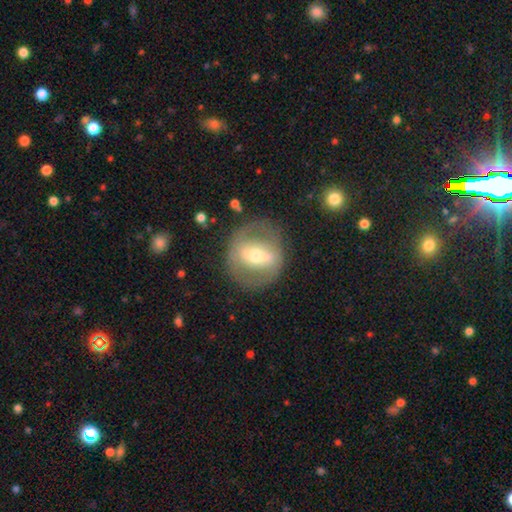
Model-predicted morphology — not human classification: This is likely a featured or disk galaxy (64%). It is clearly not viewed edge-on (89%). Bar: possibly strong (53%). Spiral arm pattern: likely no (71%). Central bulge: likely moderate (61%). Merging: likely none (76%).